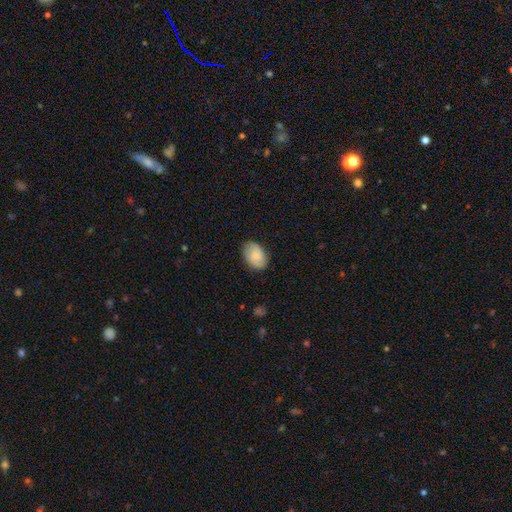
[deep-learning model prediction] A smooth galaxy with no disk features (77%) that is in between round and cigar-shaped (87%). Merging: none (82%).